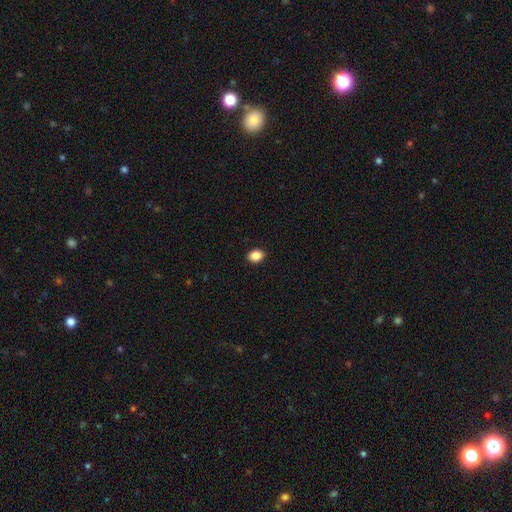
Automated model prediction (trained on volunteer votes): This appears to be a smooth galaxy with no disk features (88%) that is in between round and cigar-shaped (71%). Merging: none (90%).